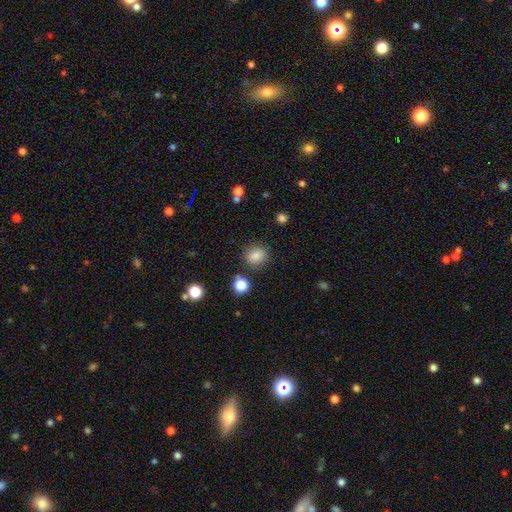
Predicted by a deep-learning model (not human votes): Smooth or featured?
  - smooth: 84% *
  - star or artifact: 11%
  - featured or disk: 5%
How rounded?
  - round: 76% *
  - in between: 23%
  - cigar-shaped: 1%
Merging?
  - none: 85% *
  - minor disturbance: 8%
  - merger: 3%
  - major disturbance: 3%